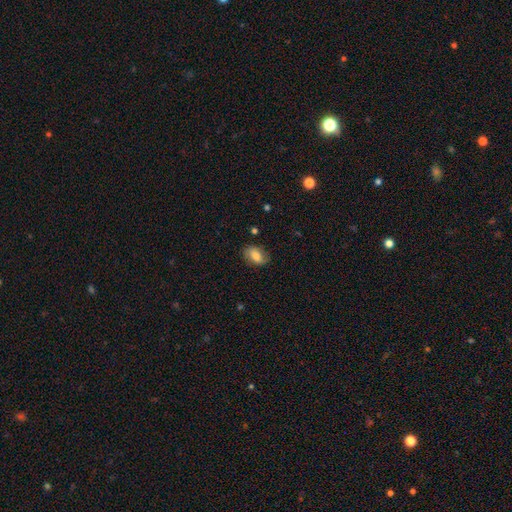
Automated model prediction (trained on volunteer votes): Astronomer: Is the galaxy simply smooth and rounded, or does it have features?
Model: smooth — 67%.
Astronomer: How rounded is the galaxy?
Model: in between — 83%.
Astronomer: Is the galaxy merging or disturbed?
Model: none — 75%.